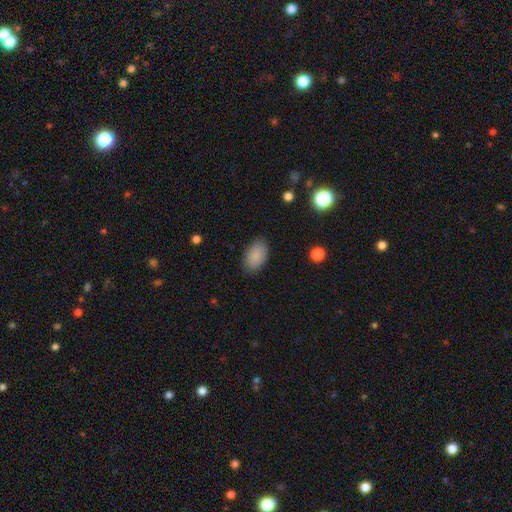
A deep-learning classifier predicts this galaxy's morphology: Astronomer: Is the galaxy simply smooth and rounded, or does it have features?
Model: smooth — 88%.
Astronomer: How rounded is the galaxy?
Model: in between — 91%.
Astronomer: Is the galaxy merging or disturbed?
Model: none — 85%.